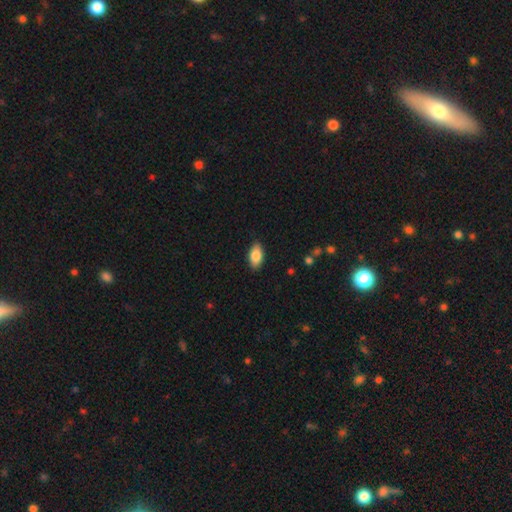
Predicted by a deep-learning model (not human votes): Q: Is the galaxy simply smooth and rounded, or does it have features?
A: smooth — 85%.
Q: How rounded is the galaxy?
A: in between — 92%.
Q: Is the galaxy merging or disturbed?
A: none — 88%.